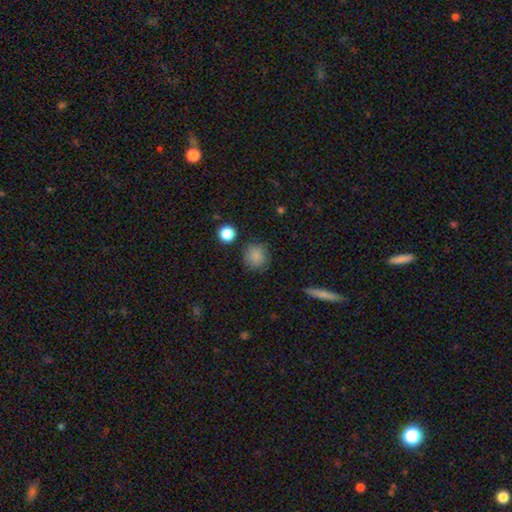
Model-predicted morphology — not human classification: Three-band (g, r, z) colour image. It shows a smooth galaxy with no disk features (85%) that is round (91%). Merging: none (85%).